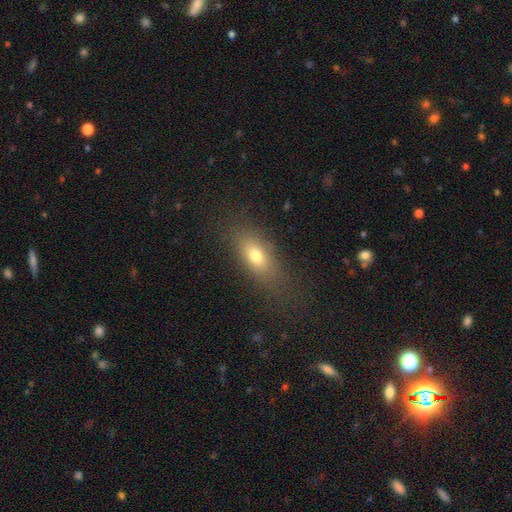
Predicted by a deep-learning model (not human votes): smooth_or_featured: smooth (p=0.72) [alt: featured or disk p=0.17]
how_rounded: in between (p=0.74) [alt: cigar-shaped p=0.18]
merging: none (p=0.75) [alt: minor disturbance p=0.15]